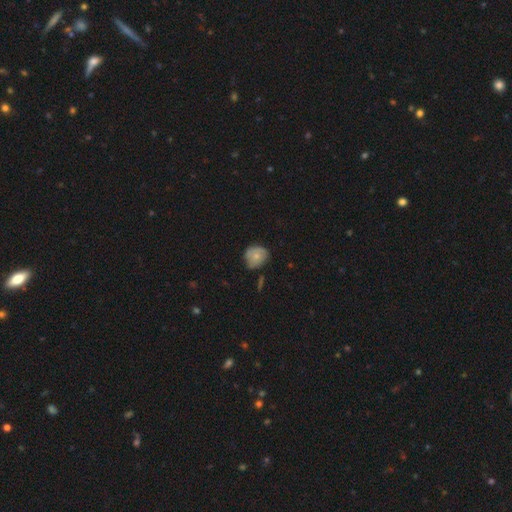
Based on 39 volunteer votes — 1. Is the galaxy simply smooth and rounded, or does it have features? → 64% smooth, 31% featured or disk, 5% star or artifact.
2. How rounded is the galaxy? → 56% round, 44% in between, 0% cigar-shaped.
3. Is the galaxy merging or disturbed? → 46% minor disturbance, 41% none, 11% major disturbance, 3% merger.